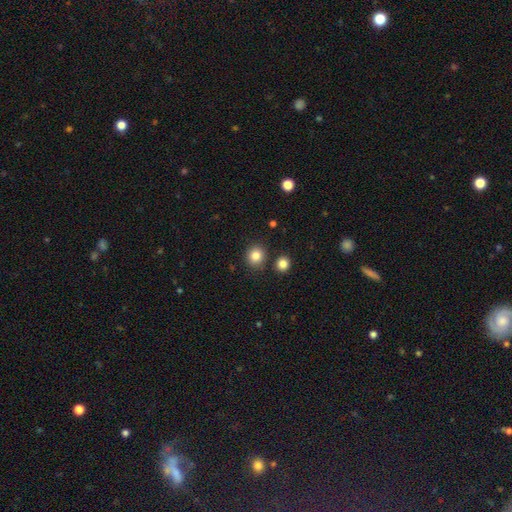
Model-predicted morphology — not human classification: smooth-or-featured: smooth: 84% | star or artifact: 11% | featured or disk: 5%
  how-rounded: round: 86% | in between: 13% | cigar-shaped: 1%
  merging: none: 86% | minor disturbance: 7% | merger: 5% | major disturbance: 2%